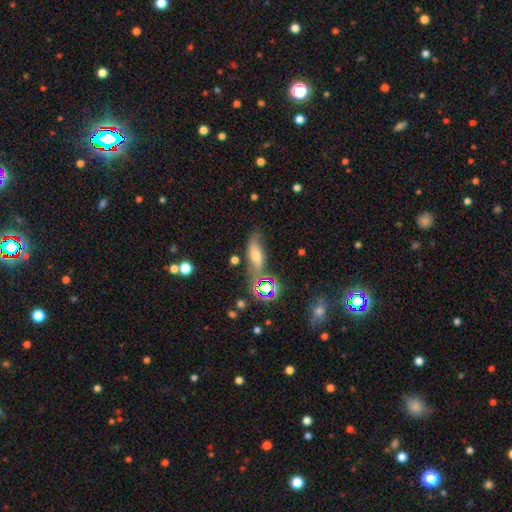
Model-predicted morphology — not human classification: type=smooth (50%); roundness=in between (58%); merging=none (58%).